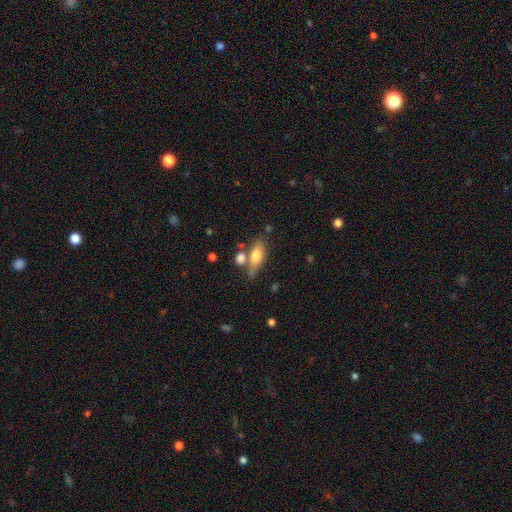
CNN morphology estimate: Smooth or featured?
  - smooth: 70% *
  - featured or disk: 22%
  - star or artifact: 8%
How rounded?
  - in between: 69% *
  - cigar-shaped: 27%
  - round: 4%
Merging?
  - none: 57% *
  - merger: 21%
  - minor disturbance: 16%
  - major disturbance: 6%